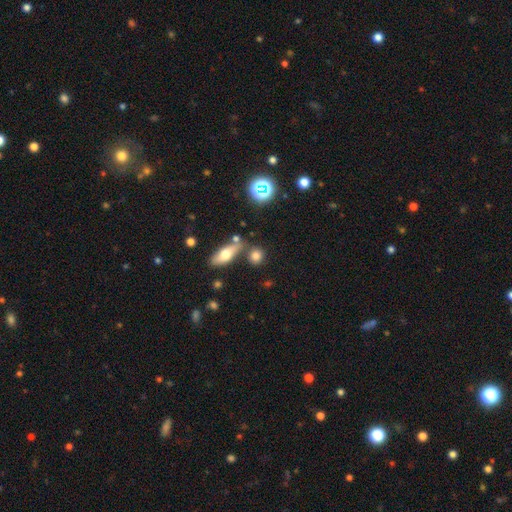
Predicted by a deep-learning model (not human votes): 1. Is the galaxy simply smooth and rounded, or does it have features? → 75% smooth, 13% star or artifact, 11% featured or disk.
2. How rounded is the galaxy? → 66% round, 26% in between, 8% cigar-shaped.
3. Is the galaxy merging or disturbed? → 71% none, 14% merger, 11% minor disturbance, 4% major disturbance.